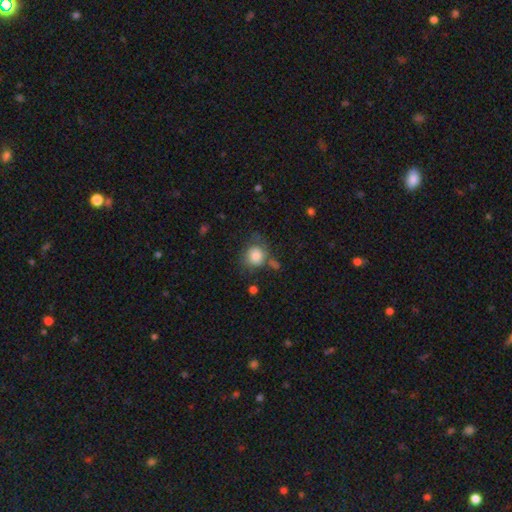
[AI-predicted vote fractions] Smooth or featured?
  - smooth: 74% *
  - featured or disk: 18%
  - star or artifact: 8%
How rounded?
  - round: 79% *
  - in between: 21%
  - cigar-shaped: 1%
Merging?
  - none: 51% *
  - minor disturbance: 25%
  - major disturbance: 16%
  - merger: 8%